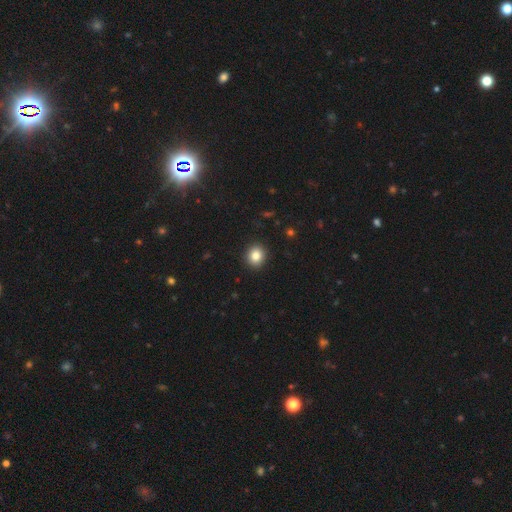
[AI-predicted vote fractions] Morphology: type=smooth (85%); roundness=round (80%); merging=none (92%).